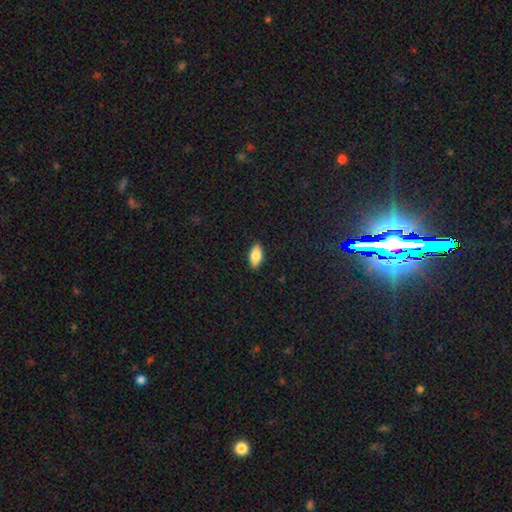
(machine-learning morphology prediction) Smooth or featured? Predicted: smooth (p=0.78). How rounded? Predicted: in between (p=0.87). Merging? Predicted: none (p=0.88).